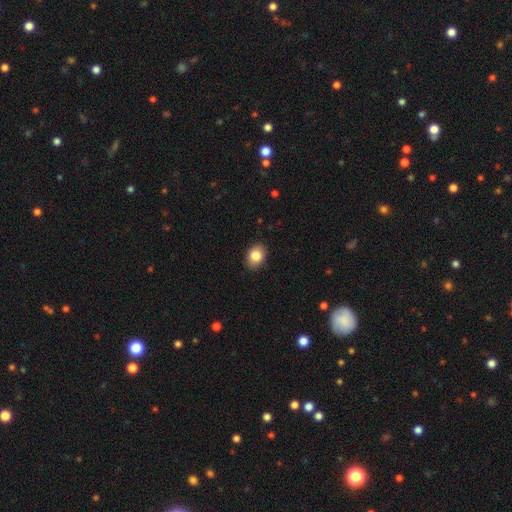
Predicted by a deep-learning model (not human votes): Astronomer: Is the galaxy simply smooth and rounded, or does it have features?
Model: smooth — 85%.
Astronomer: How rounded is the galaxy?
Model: in between — 62% (runner-up: round, 37%).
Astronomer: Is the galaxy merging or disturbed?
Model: none — 87%.